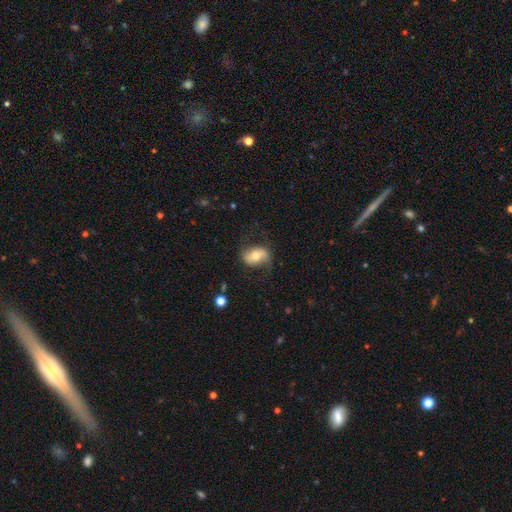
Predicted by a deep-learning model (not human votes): Smooth or featured? featured or disk (53%)
Edge-on disk? no (94%)
Bar? no (46%)
Spiral arms? yes (80%)
Bulge size? moderate (67%)
Merging? none (67%)